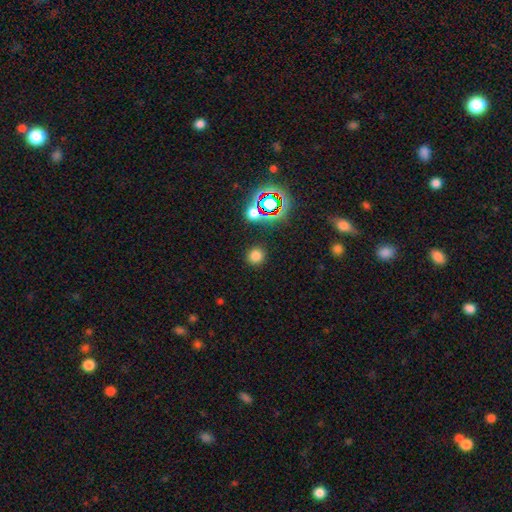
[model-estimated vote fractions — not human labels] This is likely a smooth galaxy (75%). How rounded: clearly round (92%). Merging: clearly none (89%).